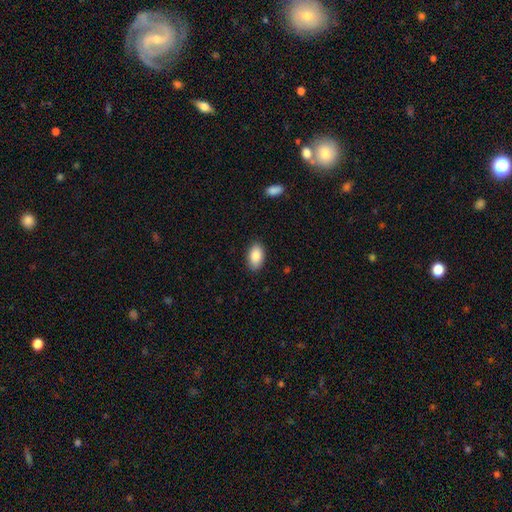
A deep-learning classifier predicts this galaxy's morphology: A smooth galaxy with no disk features (88%) that is in between round and cigar-shaped (94%).

Vote fractions:
- Smooth or featured? smooth: 88% / star or artifact: 7% / featured or disk: 5%
- How rounded? in between: 94% / round: 5% / cigar-shaped: 2%
- Merging? none: 88% / minor disturbance: 9% / major disturbance: 2% / merger: 1%